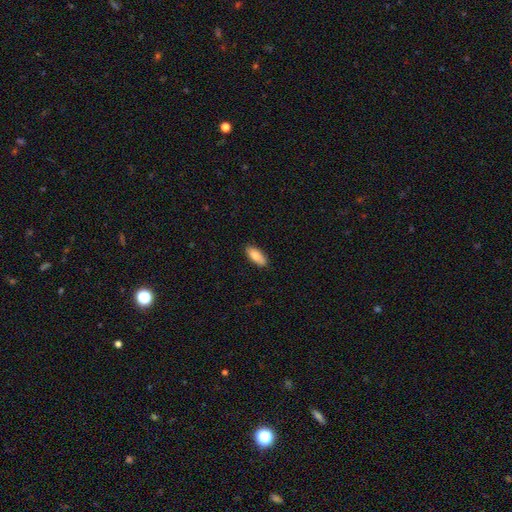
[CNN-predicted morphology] This is clearly a smooth galaxy (83%). How rounded: clearly in between (81%). Merging: clearly none (88%).